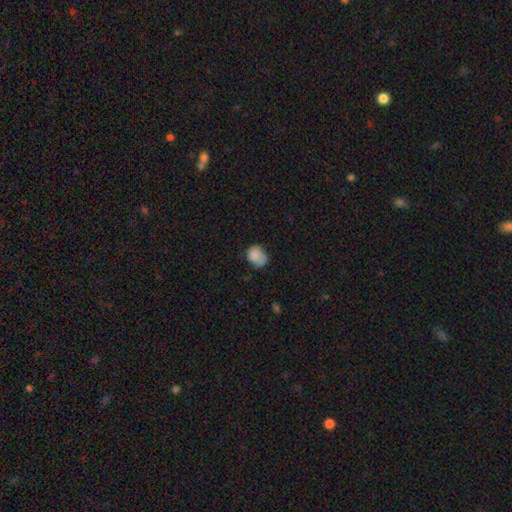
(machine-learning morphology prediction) The model was most divided on "how rounded": in between: 56%, round: 43%, cigar-shaped: 1%. More confident: smooth or featured — smooth (82%); merging — none (50%).